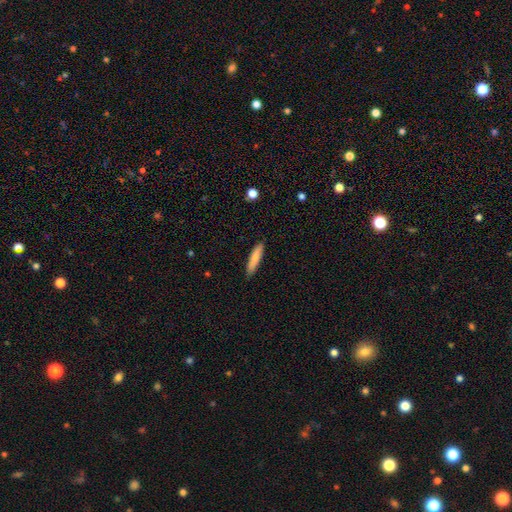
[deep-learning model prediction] Smooth or featured: smooth — 83% (featured or disk — 11%)
How rounded: cigar-shaped — 86% (in between — 13%)
Merging: none — 89% (minor disturbance — 8%)